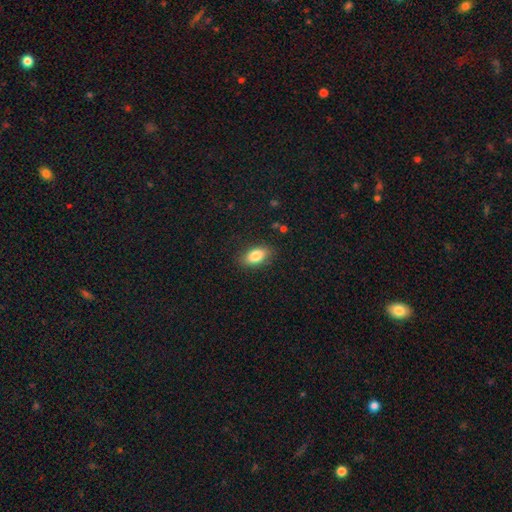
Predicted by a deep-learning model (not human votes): smooth_or_featured: smooth (p=0.84) [alt: featured or disk p=0.09]
how_rounded: in between (p=0.89) [alt: round p=0.06]
merging: none (p=0.85) [alt: minor disturbance p=0.11]